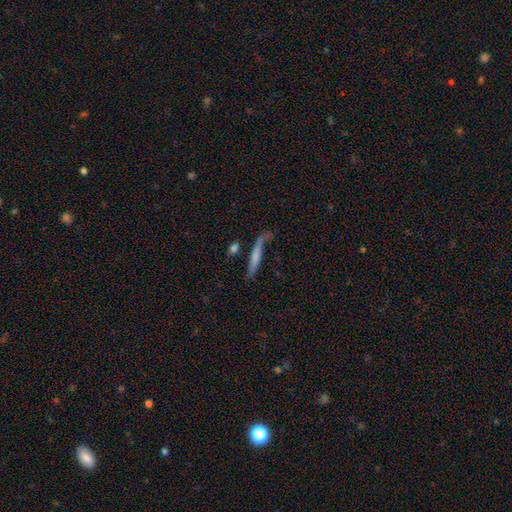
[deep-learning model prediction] Overall: smooth (57%; featured or disk 36%). How rounded: cigar-shaped (91%). Merging: none (52%; minor disturbance 24%).